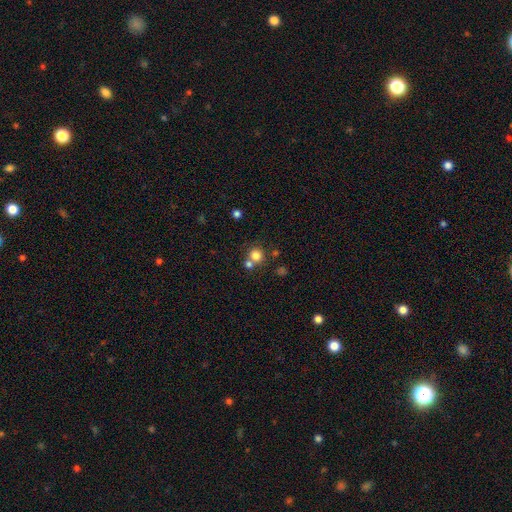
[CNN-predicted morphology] A smooth galaxy with no disk features (79%) that is round (90%).

Vote fractions:
- Smooth or featured? smooth: 79% / star or artifact: 13% / featured or disk: 8%
- How rounded? round: 90% / in between: 9% / cigar-shaped: 1%
- Merging? none: 59% / merger: 30% / minor disturbance: 7% / major disturbance: 3%